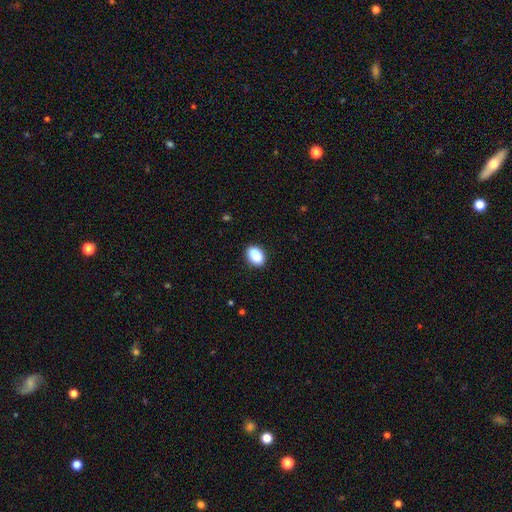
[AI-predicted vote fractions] A smooth galaxy with no disk features (88%) that is in between round and cigar-shaped (85%). Merging: none (89%).